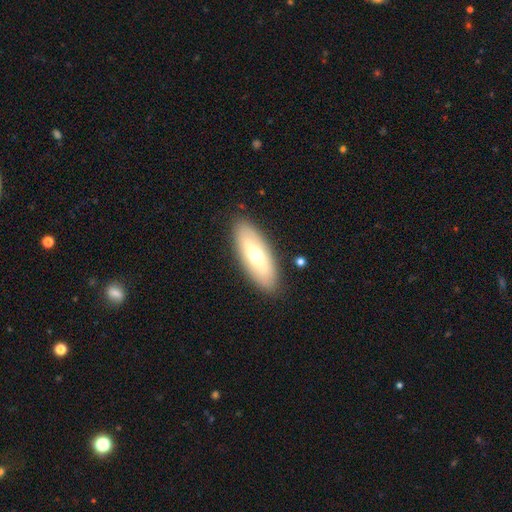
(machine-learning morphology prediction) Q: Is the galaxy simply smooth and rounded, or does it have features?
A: smooth — 54%.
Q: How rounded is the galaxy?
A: in between — 74%.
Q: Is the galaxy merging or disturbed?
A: none — 88%.